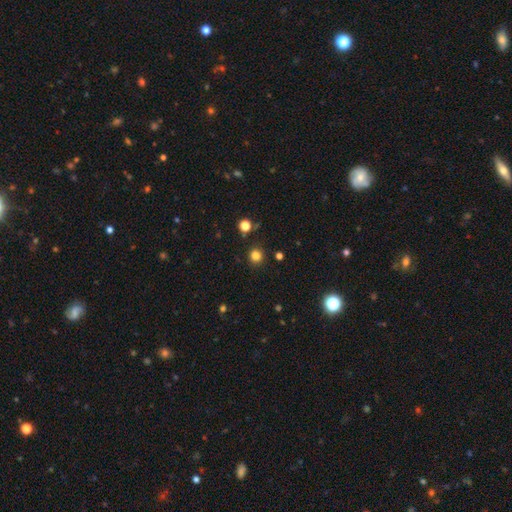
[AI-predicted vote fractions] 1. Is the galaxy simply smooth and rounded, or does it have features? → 81% smooth, 15% star or artifact, 4% featured or disk.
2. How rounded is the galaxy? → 92% round, 7% in between, 1% cigar-shaped.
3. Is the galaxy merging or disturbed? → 89% none, 6% minor disturbance, 2% merger, 2% major disturbance.